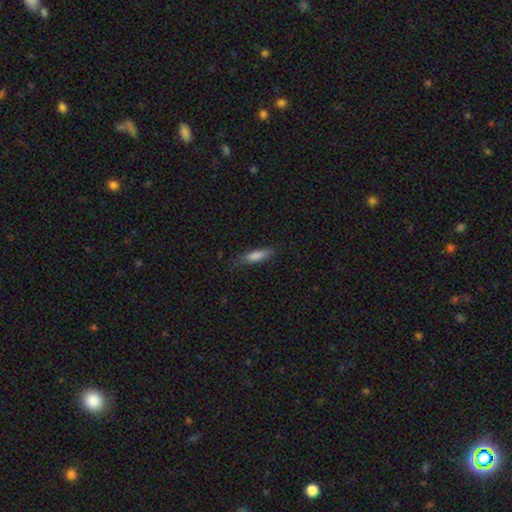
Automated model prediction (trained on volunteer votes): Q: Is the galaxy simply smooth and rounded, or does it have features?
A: smooth — 75%.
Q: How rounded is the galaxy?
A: cigar-shaped — 69%.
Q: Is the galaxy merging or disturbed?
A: none — 76%.